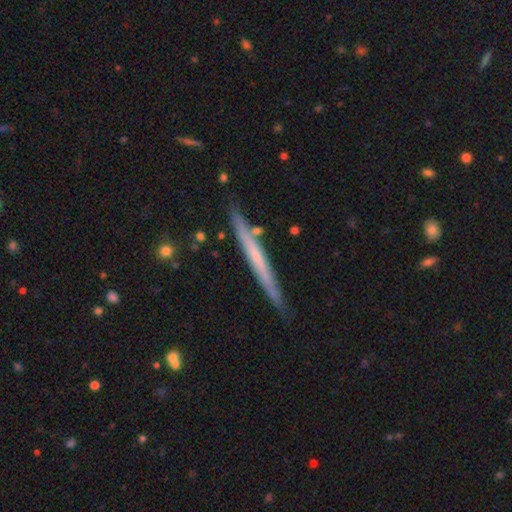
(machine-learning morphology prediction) The model was most divided on "smooth or featured": featured or disk: 57%, smooth: 37%, star or artifact: 6%. More confident: edge-on disk — yes (96%); merging — none (84%); edge-on bulge — none (75%).